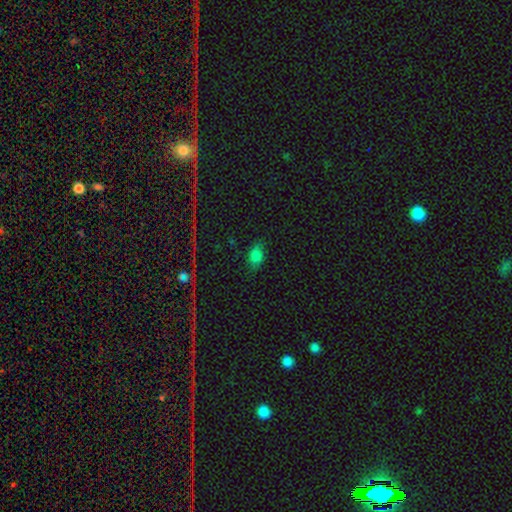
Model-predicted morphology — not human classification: Smooth or featured? Predicted: smooth (p=0.75). How rounded? Predicted: in between (p=0.83). Merging? Predicted: none (p=0.73).